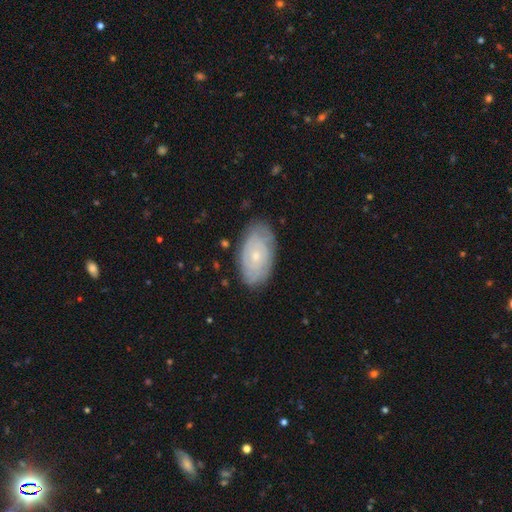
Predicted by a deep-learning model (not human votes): This appears to be a featured or disk galaxy (69%) with no bar (78%), tight (77%) spiral arms (87%) and a small central bulge (69%). Merging: none (80%).